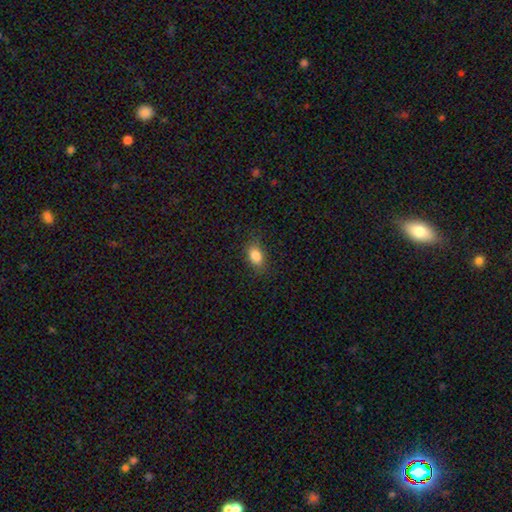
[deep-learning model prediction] This appears to be a smooth galaxy with no disk features (85%) that is in between round and cigar-shaped (83%). Merging: none (82%).